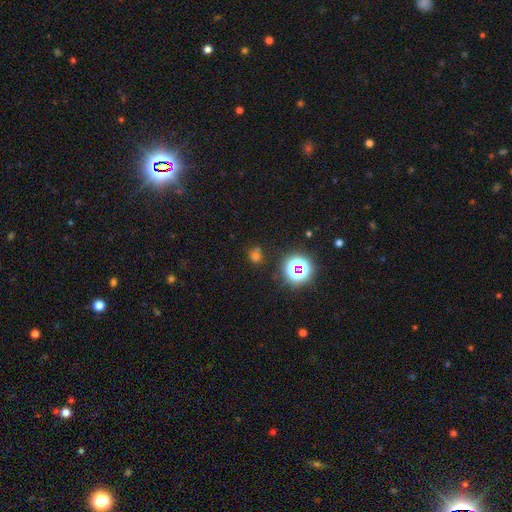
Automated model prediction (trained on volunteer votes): This is possibly a smooth galaxy (59%). How rounded: likely round (73%). Merging: likely none (68%).